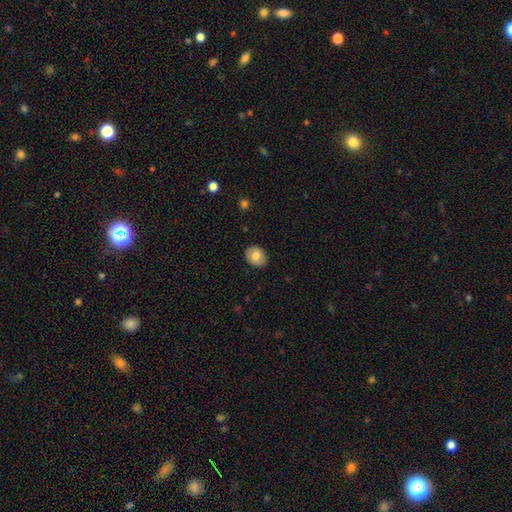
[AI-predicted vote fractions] The model was most divided on "how rounded": in between: 53%, round: 46%, cigar-shaped: 1%. More confident: merging — none (87%); smooth or featured — smooth (76%).